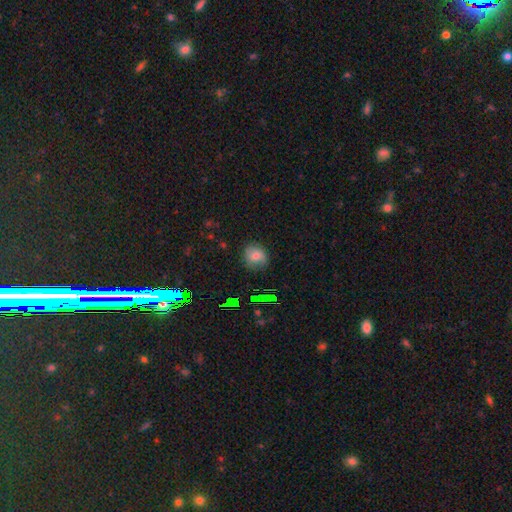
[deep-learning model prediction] The model was most divided on "how rounded": round: 78%, in between: 21%, cigar-shaped: 1%. More confident: merging — none (78%); smooth or featured — smooth (73%).